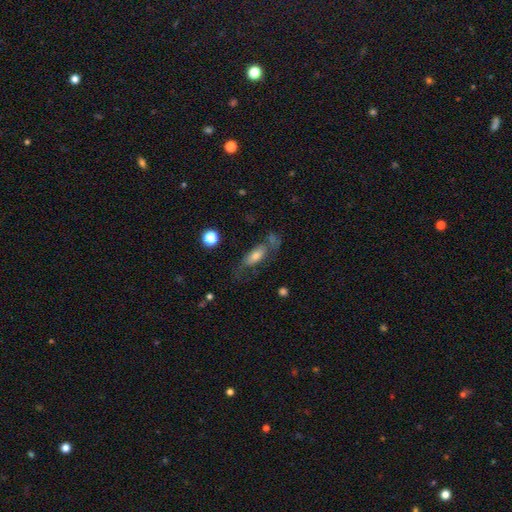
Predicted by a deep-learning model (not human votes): A smooth galaxy with no disk features (59%) that is in between round and cigar-shaped (70%).

Vote fractions:
- Smooth or featured? smooth: 59% / featured or disk: 31% / star or artifact: 10%
- How rounded? in between: 70% / cigar-shaped: 25% / round: 5%
- Merging? none: 49% / minor disturbance: 23% / major disturbance: 17% / merger: 11%